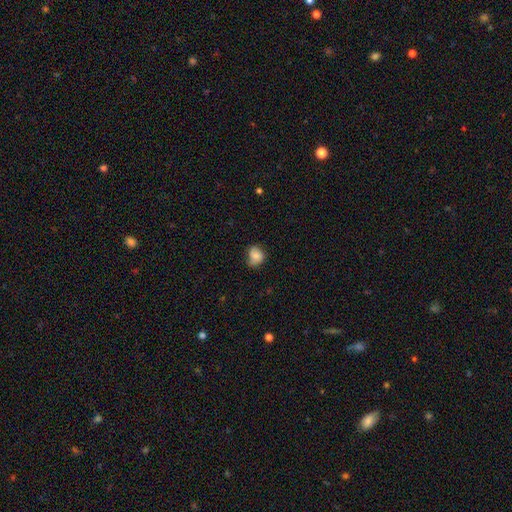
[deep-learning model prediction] Q: Smooth or featured?
A: smooth (73%); runner-up: featured or disk (18%)
Q: How rounded?
A: round (59%); runner-up: in between (40%)
Q: Merging?
A: none (57%); runner-up: minor disturbance (33%)